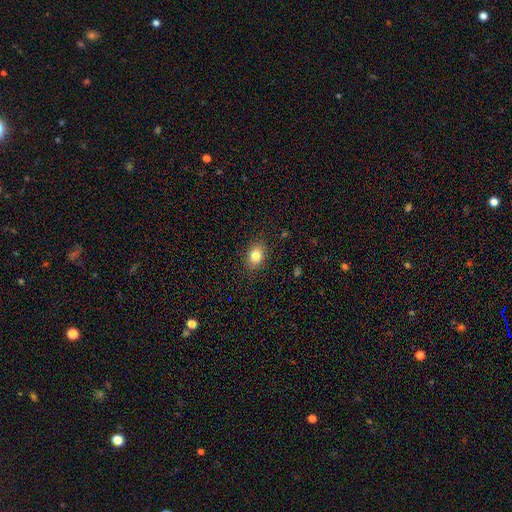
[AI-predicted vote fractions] The model was most divided on "how rounded": in between: 68%, round: 31%, cigar-shaped: 1%. More confident: merging — none (87%); smooth or featured — smooth (82%).